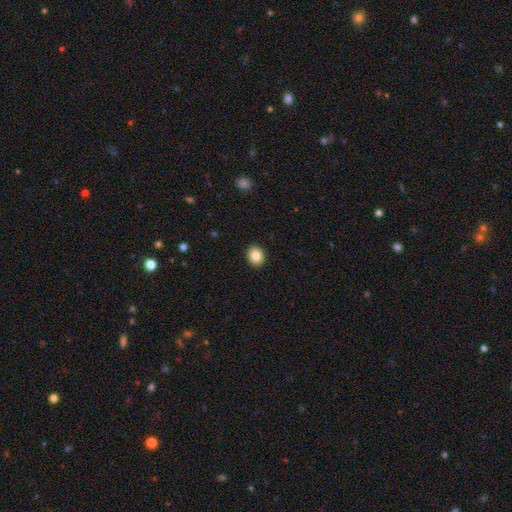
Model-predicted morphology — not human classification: Smooth or featured? smooth (84%)
How rounded? round (61%)
Merging? none (92%)